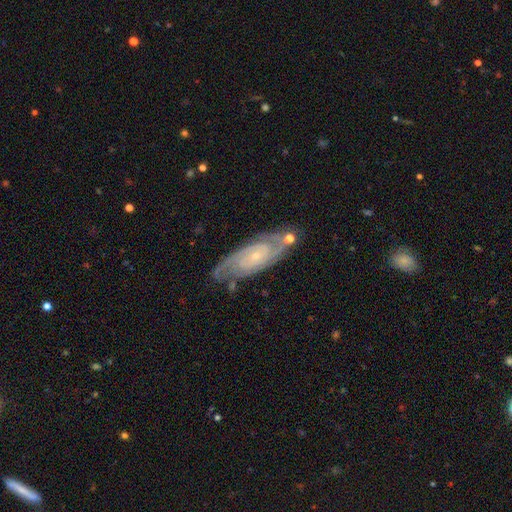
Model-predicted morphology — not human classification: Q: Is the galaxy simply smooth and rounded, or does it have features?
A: featured or disk — 84%.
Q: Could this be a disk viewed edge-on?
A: no — 91%.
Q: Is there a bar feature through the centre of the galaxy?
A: no — 68%.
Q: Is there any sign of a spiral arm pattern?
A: yes — 95%.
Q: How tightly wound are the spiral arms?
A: tight — 61%.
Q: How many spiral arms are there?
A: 2 — 56%.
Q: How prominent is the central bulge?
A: small — 80%.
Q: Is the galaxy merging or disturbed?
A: none — 70%.